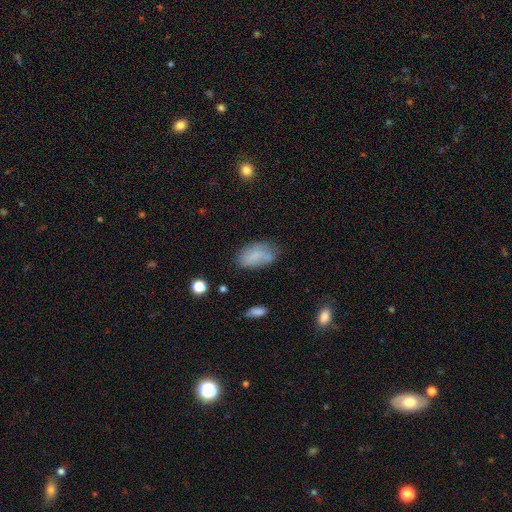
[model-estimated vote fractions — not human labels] This appears to be a smooth galaxy with no disk features (73%) that is in between round and cigar-shaped (93%). Merging: none (58%).